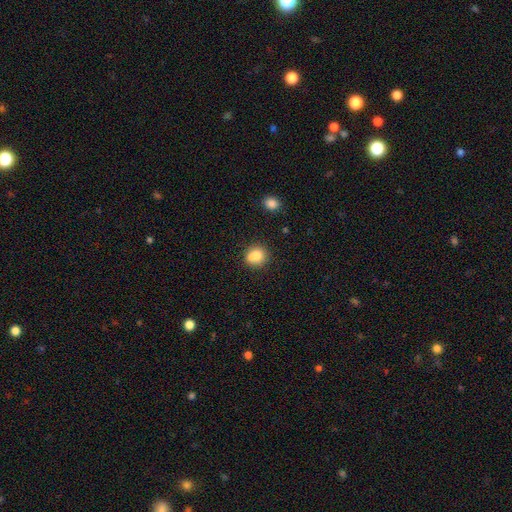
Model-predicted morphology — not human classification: Q: Smooth or featured?
A: smooth (78%); runner-up: featured or disk (12%)
Q: How rounded?
A: round (79%); runner-up: in between (20%)
Q: Merging?
A: none (58%); runner-up: merger (23%)